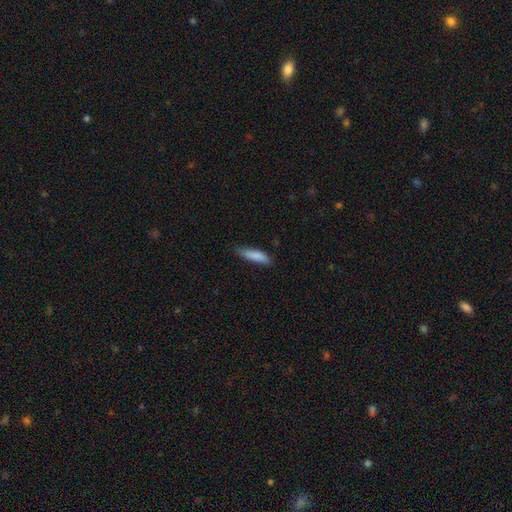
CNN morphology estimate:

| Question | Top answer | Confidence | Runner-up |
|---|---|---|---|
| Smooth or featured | smooth | 84% | featured or disk (10%) |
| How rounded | cigar-shaped | 72% | in between (27%) |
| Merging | none | 66% | minor disturbance (28%) |